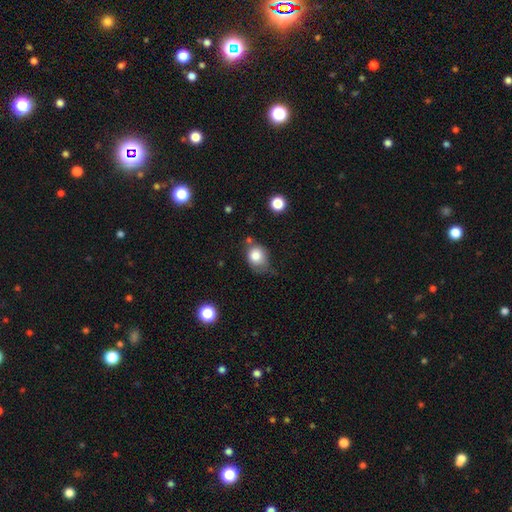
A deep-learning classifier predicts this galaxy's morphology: The model was most divided on "merging": none: 50%, minor disturbance: 33%, major disturbance: 11%, merger: 7%. More confident: smooth or featured — smooth (81%); how rounded — round (59%).